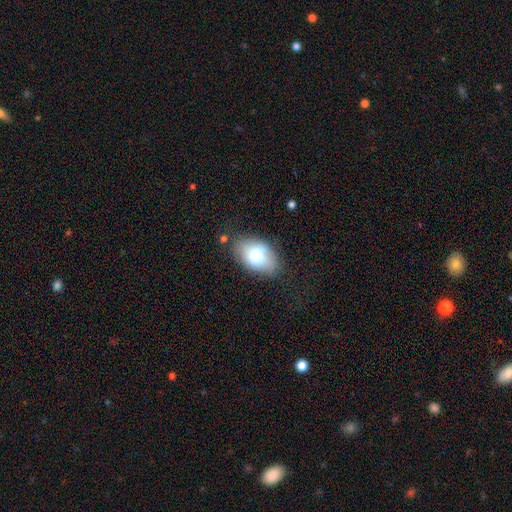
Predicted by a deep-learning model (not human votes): smooth-or-featured: smooth: 71% | featured or disk: 20% | star or artifact: 9%
  how-rounded: in between: 89% | round: 9% | cigar-shaped: 1%
  merging: none: 74% | minor disturbance: 18% | major disturbance: 5% | merger: 3%